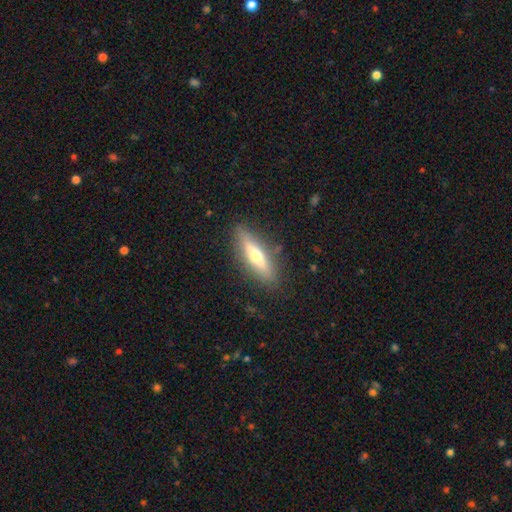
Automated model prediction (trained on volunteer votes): smooth-or-featured: featured or disk: 49% | smooth: 44% | star or artifact: 6%
  merging: none: 85% | minor disturbance: 10% | major disturbance: 3% | merger: 1%